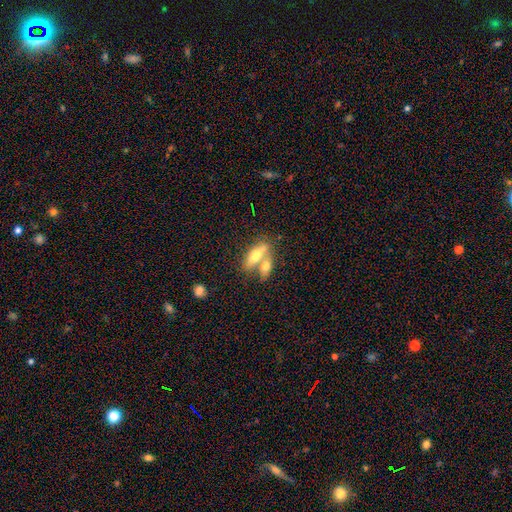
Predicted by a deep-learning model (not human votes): Smooth or featured? Predicted: smooth (p=0.59). How rounded? Predicted: in between (p=0.71). Merging? Predicted: merger (p=0.57).